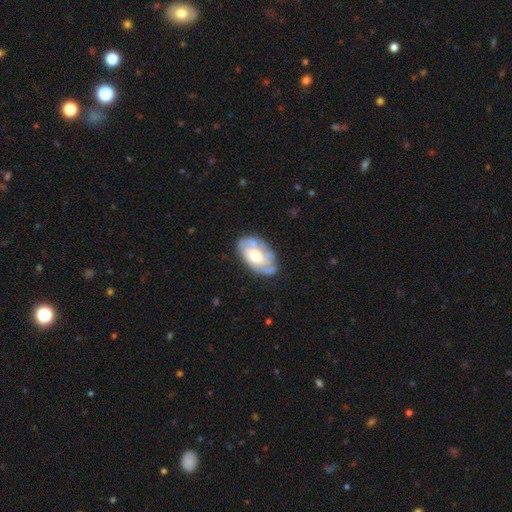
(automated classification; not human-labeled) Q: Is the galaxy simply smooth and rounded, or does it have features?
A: featured or disk — 66%.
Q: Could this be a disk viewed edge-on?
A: no — 95%.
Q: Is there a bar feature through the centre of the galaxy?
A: no — 75%.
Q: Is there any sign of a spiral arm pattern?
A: yes — 74%.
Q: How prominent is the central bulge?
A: moderate — 64%.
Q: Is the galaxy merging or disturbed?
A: none — 68%.